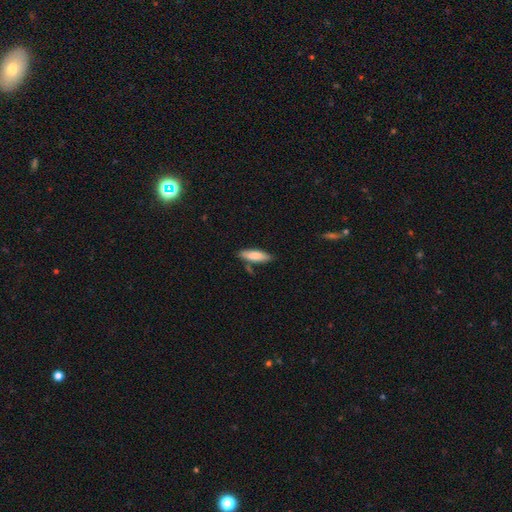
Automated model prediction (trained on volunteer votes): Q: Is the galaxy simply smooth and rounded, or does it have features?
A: smooth — 81%.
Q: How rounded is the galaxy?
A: cigar-shaped — 56%.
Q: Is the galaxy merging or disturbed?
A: none — 75%.